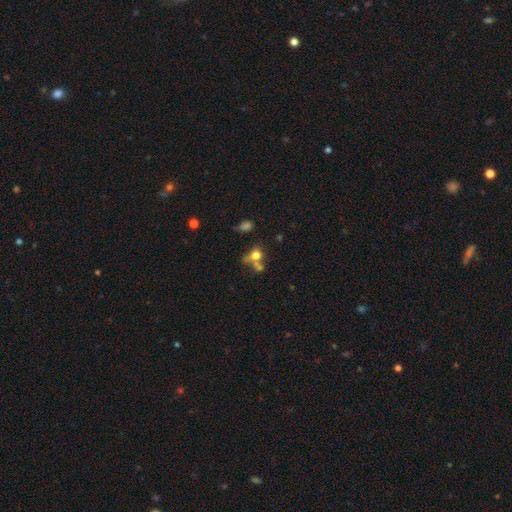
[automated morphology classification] A smooth galaxy with no disk features (65%) that is round (62%).

Vote fractions:
- Smooth or featured? smooth: 65% / featured or disk: 20% / star or artifact: 15%
- How rounded? round: 62% / in between: 35% / cigar-shaped: 3%
- Merging? merger: 41% / none: 35% / minor disturbance: 13% / major disturbance: 11%